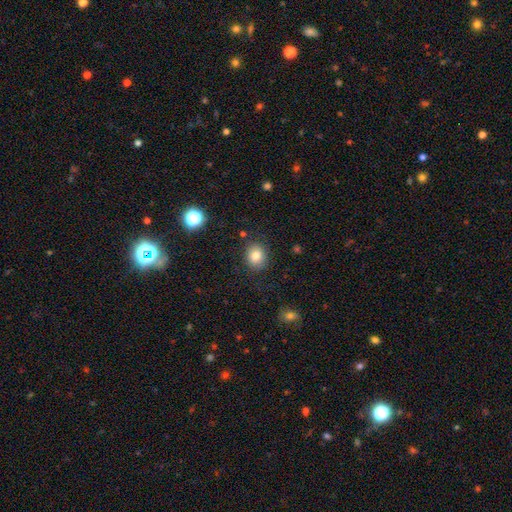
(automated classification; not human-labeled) smooth 82%, star or artifact 11%, featured or disk 7%. Down the decision tree: how rounded — round (69%); merging — none (85%).